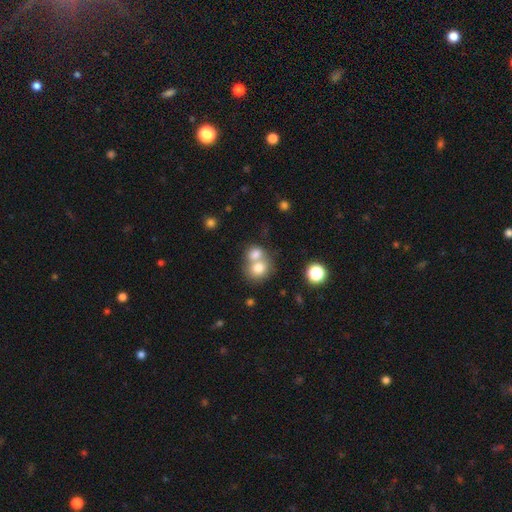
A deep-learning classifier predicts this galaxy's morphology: Smooth or featured? Predicted: smooth (p=0.75). How rounded? Predicted: round (p=0.70). Merging? Predicted: merger (p=0.60).